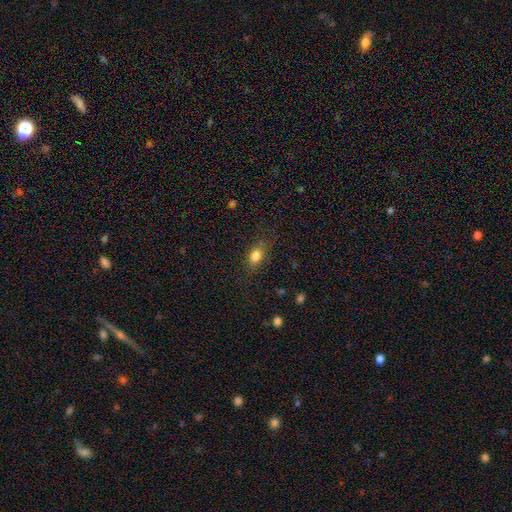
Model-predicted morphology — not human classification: Overall: smooth (81%). How rounded: in between (71%). Merging: none (78%).